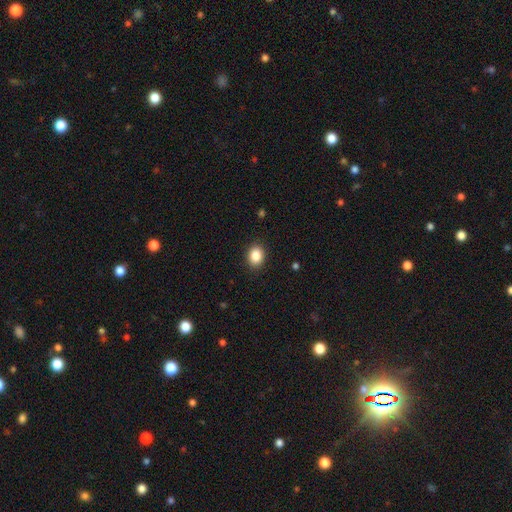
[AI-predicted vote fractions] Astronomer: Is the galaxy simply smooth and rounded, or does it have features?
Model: smooth — 87%.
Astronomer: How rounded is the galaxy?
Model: in between — 51% (runner-up: round, 48%).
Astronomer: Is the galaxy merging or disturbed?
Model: none — 90%.